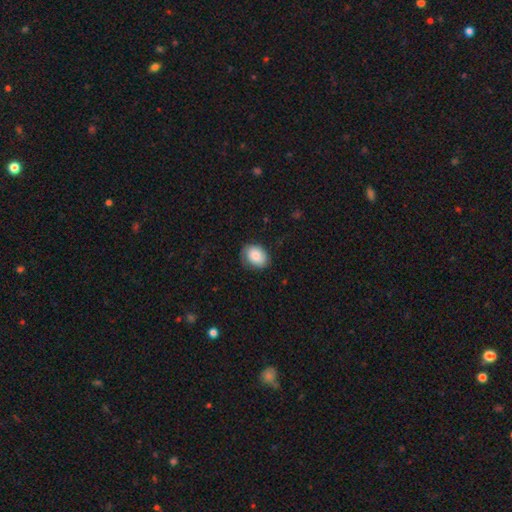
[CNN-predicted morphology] Smooth or featured: smooth — 83% (featured or disk — 10%)
How rounded: in between — 67% (round — 32%)
Merging: none — 74% (minor disturbance — 20%)